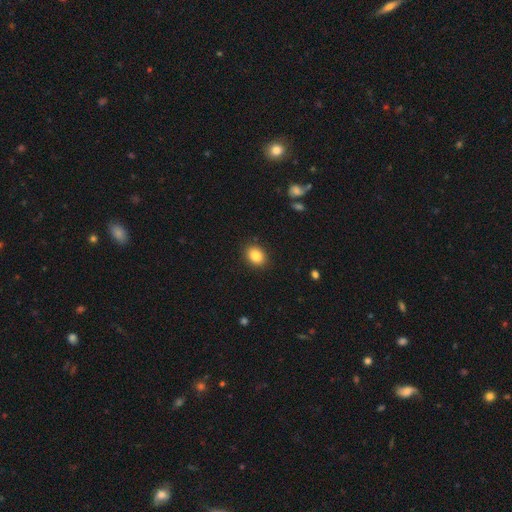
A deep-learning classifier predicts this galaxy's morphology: Smooth or featured?
  - smooth: 84% *
  - star or artifact: 9%
  - featured or disk: 6%
How rounded?
  - in between: 54% *
  - round: 45%
  - cigar-shaped: 1%
Merging?
  - none: 90% *
  - minor disturbance: 7%
  - major disturbance: 2%
  - merger: 1%